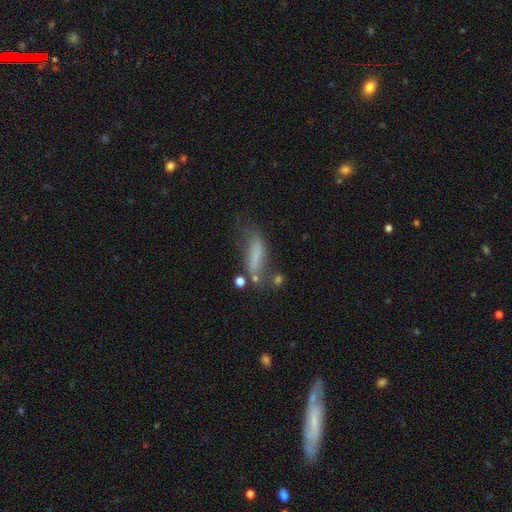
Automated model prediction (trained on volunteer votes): smooth 61%, featured or disk 26%, star or artifact 14%. Down the decision tree: how rounded — in between (50%); merging — none (35%).